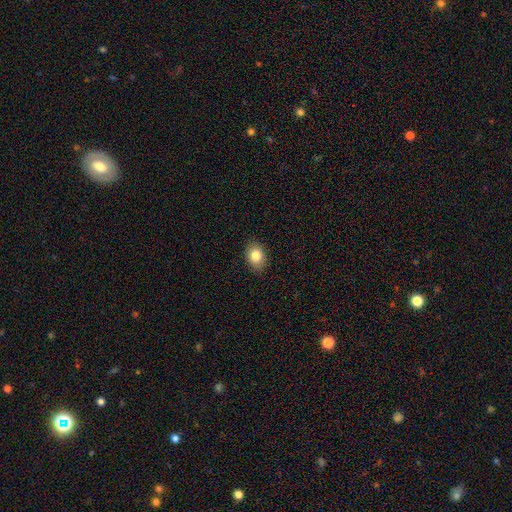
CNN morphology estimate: This appears to be a smooth galaxy with no disk features (83%) that is in between round and cigar-shaped (67%). Merging: none (88%).